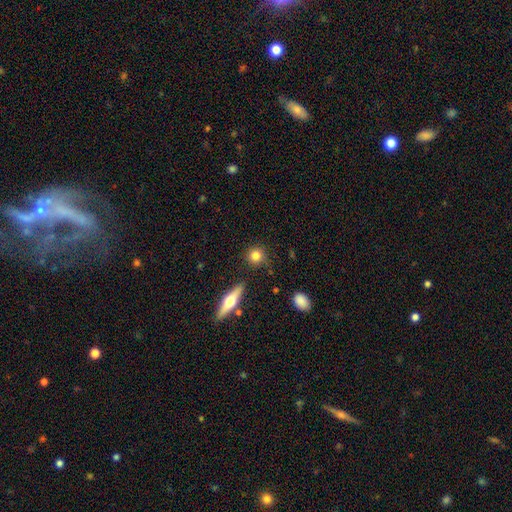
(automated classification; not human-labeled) Smooth or featured: smooth — 81% (featured or disk — 11%)
How rounded: round — 88% (in between — 9%)
Merging: none — 84% (minor disturbance — 10%)